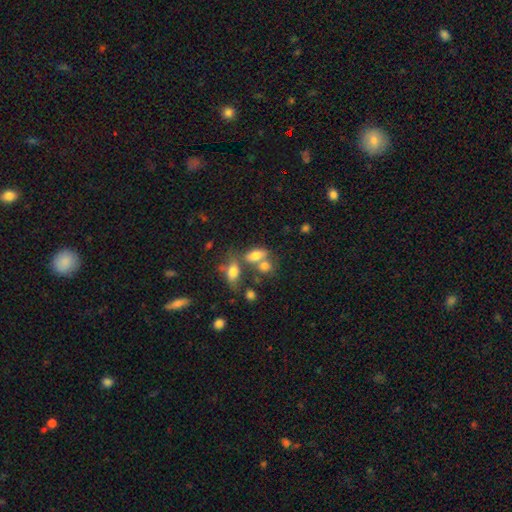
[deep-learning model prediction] smooth-or-featured: smooth: 74% | featured or disk: 15% | star or artifact: 11%
  how-rounded: in between: 83% | round: 10% | cigar-shaped: 8%
  merging: merger: 43% | none: 39% | minor disturbance: 12% | major disturbance: 6%